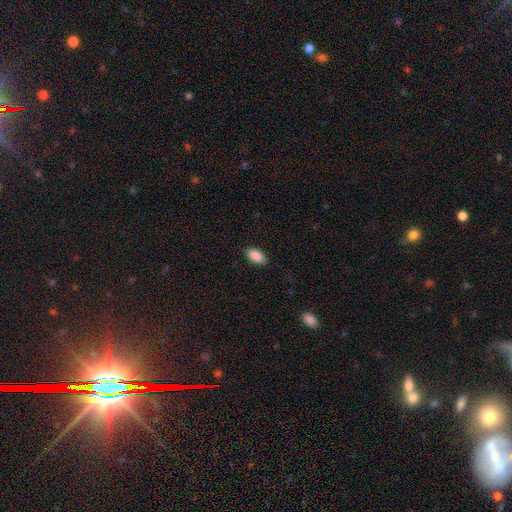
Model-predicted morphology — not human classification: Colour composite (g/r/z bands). It shows a smooth galaxy with no disk features (89%) that is in between round and cigar-shaped (93%). Merging: none (87%).